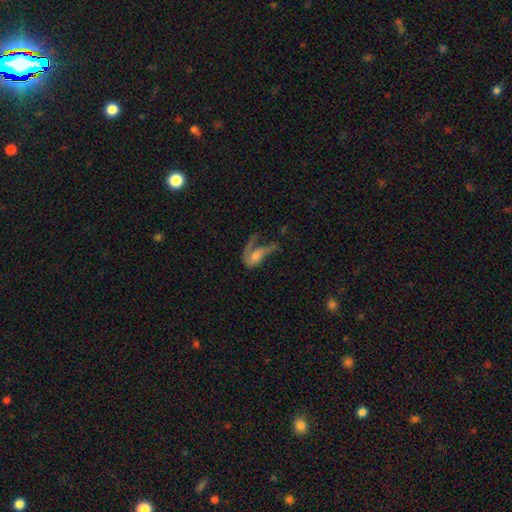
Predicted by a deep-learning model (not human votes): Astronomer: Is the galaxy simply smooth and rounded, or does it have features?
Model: featured or disk — 60%.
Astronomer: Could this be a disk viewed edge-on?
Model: no — 90%.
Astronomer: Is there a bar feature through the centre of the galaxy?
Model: no — 65%.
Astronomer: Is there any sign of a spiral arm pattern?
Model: yes — 64%.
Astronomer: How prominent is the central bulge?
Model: moderate — 35% (runner-up: small, 32%).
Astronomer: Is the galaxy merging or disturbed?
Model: major disturbance — 56%.